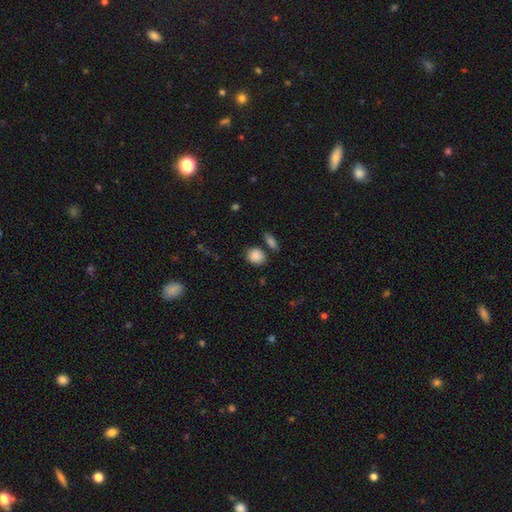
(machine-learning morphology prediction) This appears to be a smooth galaxy with no disk features (88%) that is round (59%). Merging: none (74%).